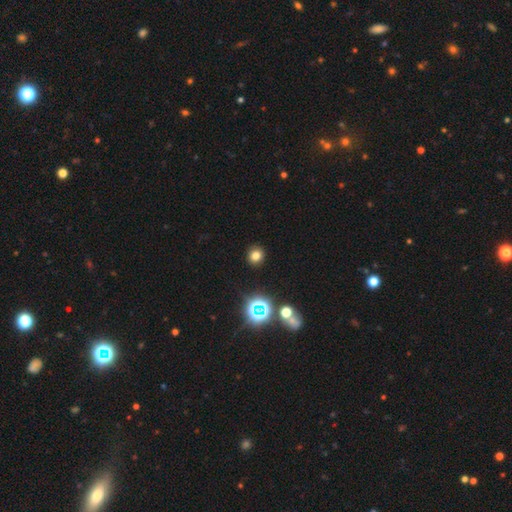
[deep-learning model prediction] Smooth or featured?
  - smooth: 74% *
  - star or artifact: 20%
  - featured or disk: 6%
How rounded?
  - round: 84% *
  - in between: 15%
  - cigar-shaped: 1%
Merging?
  - none: 90% *
  - minor disturbance: 6%
  - major disturbance: 2%
  - merger: 2%